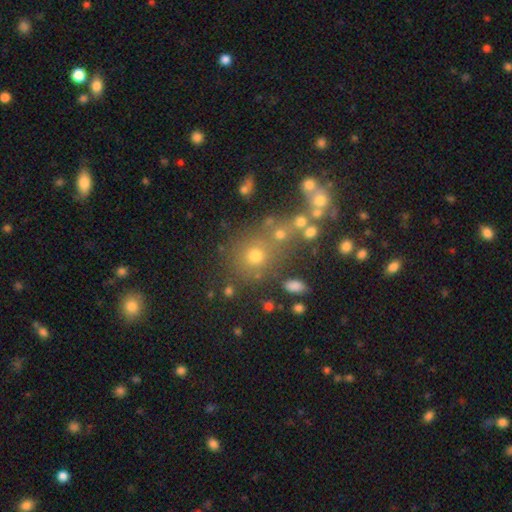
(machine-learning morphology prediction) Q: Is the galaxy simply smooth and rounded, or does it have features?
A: smooth — 59%.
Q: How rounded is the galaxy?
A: round — 81%.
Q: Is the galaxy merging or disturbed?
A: none — 62%.